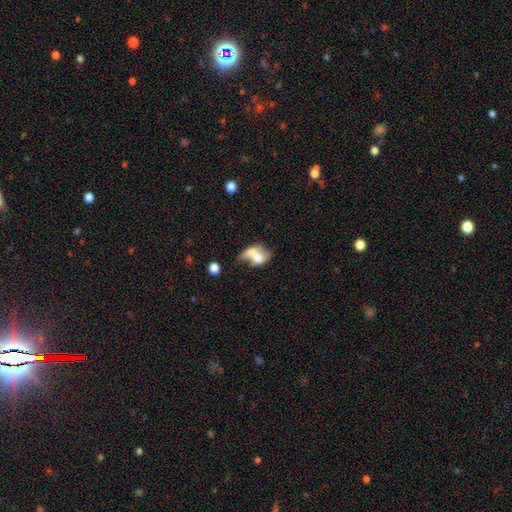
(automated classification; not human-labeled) The model was most divided on "smooth or featured": smooth: 57%, featured or disk: 35%, star or artifact: 8%. More confident: merging — merger (72%); how rounded — in between (68%).